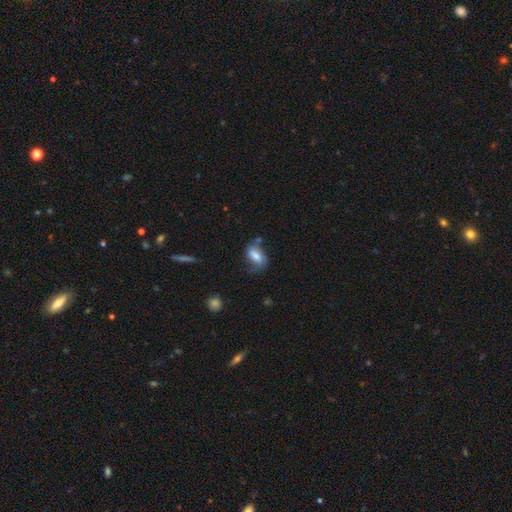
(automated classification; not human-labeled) smooth-or-featured: smooth: 57% | featured or disk: 35% | star or artifact: 8%
  how-rounded: in between: 85% | round: 11% | cigar-shaped: 4%
  merging: none: 48% | minor disturbance: 27% | major disturbance: 17% | merger: 7%